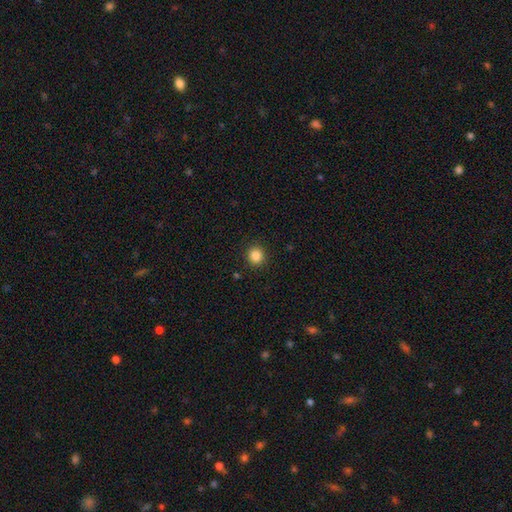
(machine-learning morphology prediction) Overall: smooth (85%). How rounded: round (92%). Merging: none (92%).